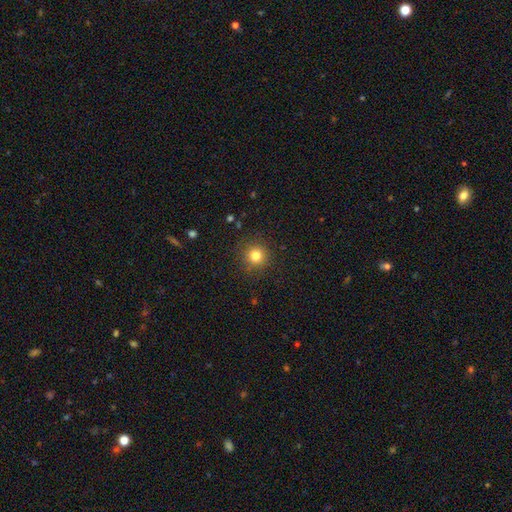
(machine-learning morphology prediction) smooth 80%, star or artifact 14%, featured or disk 6%. Down the decision tree: how rounded — round (95%); merging — none (89%).